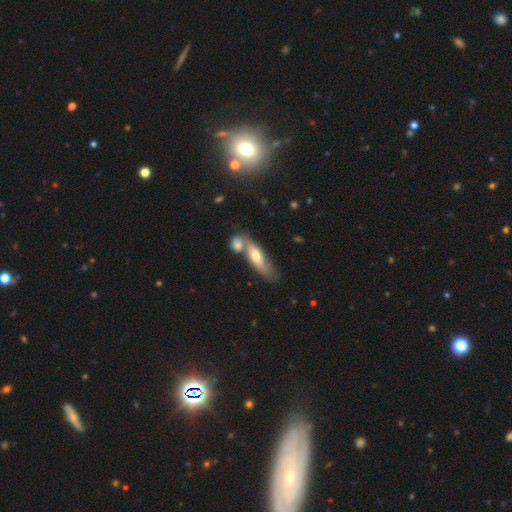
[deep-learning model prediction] Smooth or featured?
  - smooth: 52% *
  - featured or disk: 41%
  - star or artifact: 7%
How rounded?
  - cigar-shaped: 54% *
  - in between: 43%
  - round: 3%
Merging?
  - merger: 40% * (tied)
  - none: 40% * (tied)
  - minor disturbance: 14%
  - major disturbance: 6%